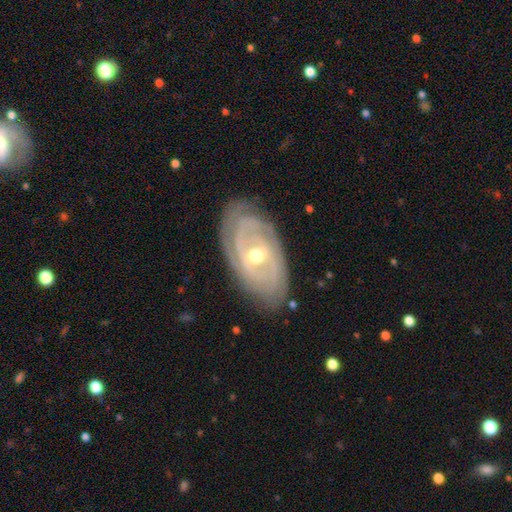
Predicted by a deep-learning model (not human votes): Q: Smooth or featured?
A: featured or disk (88%); runner-up: smooth (7%)
Q: Edge-on disk?
A: no (94%); runner-up: yes (6%)
Q: Bar?
A: no (51%); runner-up: weak (35%)
Q: Spiral arms?
A: yes (95%); runner-up: no (5%)
Q: Spiral winding?
A: tight (79%); runner-up: medium (17%)
Q: Spiral arm count?
A: can't tell (29%); runner-up: 2 (27%)
Q: Bulge size?
A: moderate (61%); runner-up: small (36%)
Q: Merging?
A: none (80%); runner-up: minor disturbance (15%)